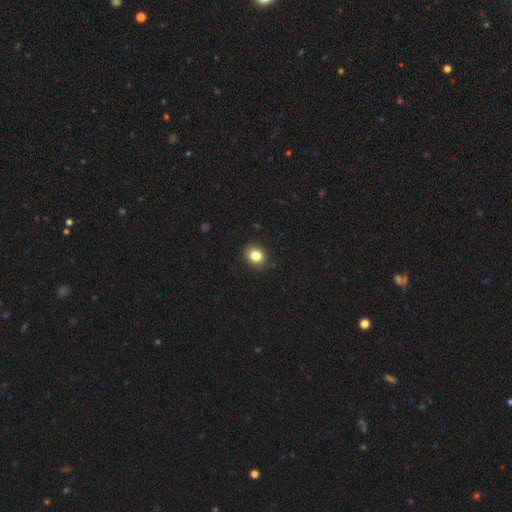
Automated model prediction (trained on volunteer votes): Smooth or featured?
  - smooth: 83% *
  - star or artifact: 11%
  - featured or disk: 7%
How rounded?
  - round: 71% *
  - in between: 28%
  - cigar-shaped: 1%
Merging?
  - none: 90% *
  - minor disturbance: 8%
  - major disturbance: 2%
  - merger: 1%